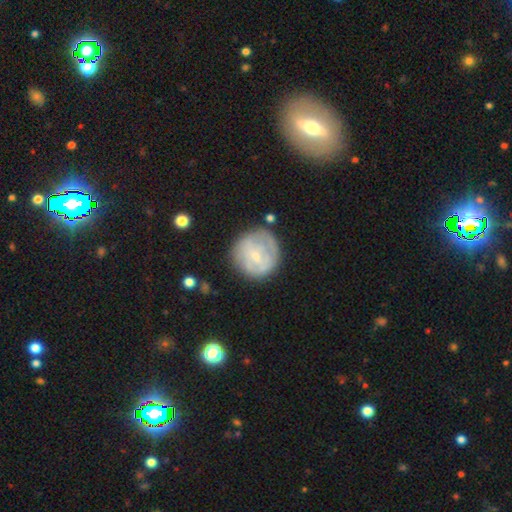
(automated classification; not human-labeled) Smooth or featured?
  - featured or disk: 53% *
  - smooth: 41%
  - star or artifact: 7%
Edge-on disk?
  - no: 97% *
  - yes: 3%
Bar?
  - no: 62% *
  - weak: 32%
  - strong: 7%
Spiral arms?
  - yes: 53% *
  - no: 47%
Bulge size?
  - small: 74% *
  - moderate: 20%
  - none: 4%
  - large: 1%
  - dominant: 1%
Merging?
  - none: 69% *
  - minor disturbance: 20%
  - major disturbance: 9%
  - merger: 3%